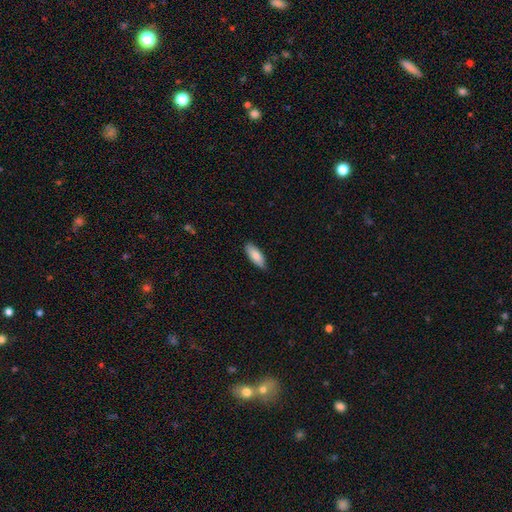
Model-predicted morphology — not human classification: A smooth galaxy with no disk features (83%) that is in between round and cigar-shaped (72%). Merging: none (83%).